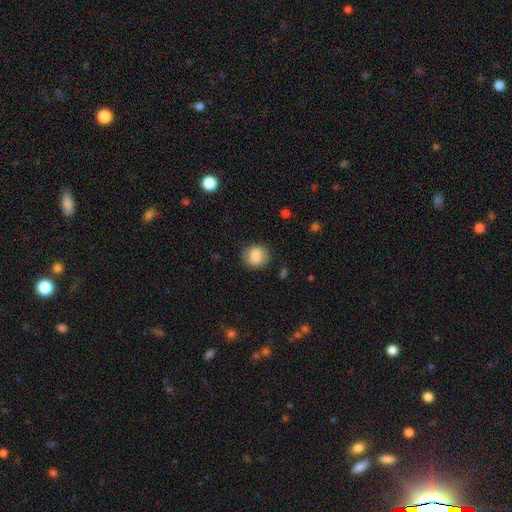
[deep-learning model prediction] Smooth or featured?
  - smooth: 77% *
  - featured or disk: 15%
  - star or artifact: 8%
How rounded?
  - round: 75% *
  - in between: 24%
  - cigar-shaped: 1%
Merging?
  - none: 79% *
  - minor disturbance: 15%
  - major disturbance: 5%
  - merger: 1%